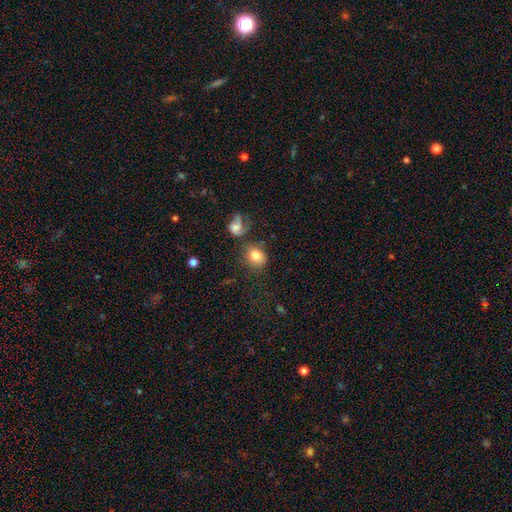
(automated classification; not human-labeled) This appears to be a smooth galaxy with no disk features (78%) that is round (70%). Merging: none (67%).